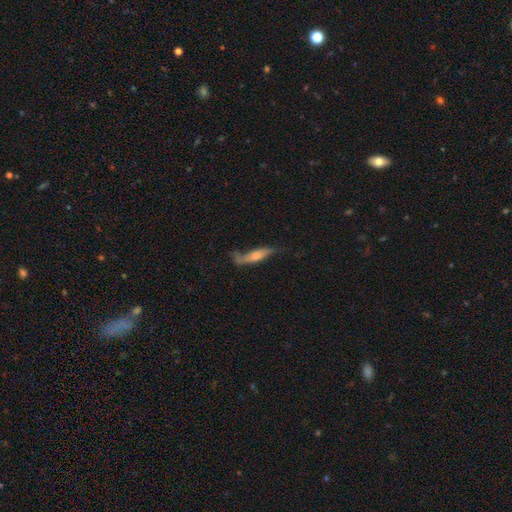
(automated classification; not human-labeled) Smooth or featured: smooth — 58% (featured or disk — 35%)
How rounded: cigar-shaped — 69% (in between — 29%)
Merging: none — 43% (minor disturbance — 31%)